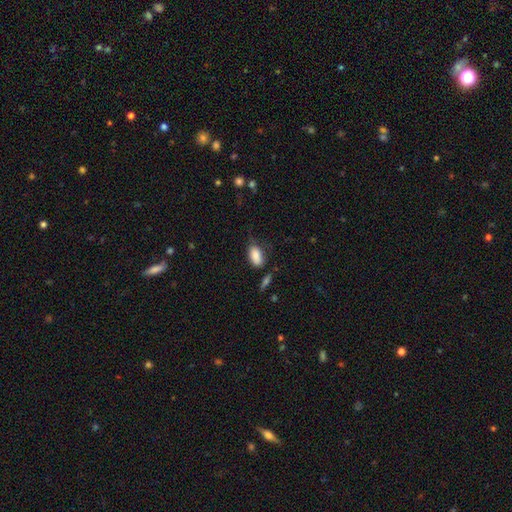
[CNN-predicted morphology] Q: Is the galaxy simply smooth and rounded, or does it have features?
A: smooth — 85%.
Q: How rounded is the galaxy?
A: in between — 91%.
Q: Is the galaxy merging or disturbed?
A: none — 53%.